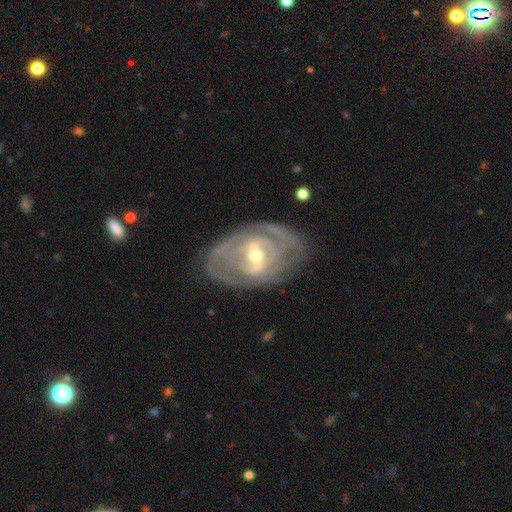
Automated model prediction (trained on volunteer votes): smooth-or-featured: featured or disk: 84% | smooth: 11% | star or artifact: 5%
  disk-edge-on: no: 95% | yes: 5%
    bar: weak: 42% | strong: 40% | no: 18%
    has-spiral-arms: yes: 80% | no: 20%
      spiral-winding: tight: 64% | medium: 27% | loose: 9%
      spiral-arm-count: can't tell: 40% | 2: 36% | 3: 12% | 4: 5% | 1: 5% | more than 4: 3%
    bulge-size: moderate: 51% | small: 45% | large: 3% | none: 1% | dominant: 1%
  merging: none: 72% | minor disturbance: 17% | major disturbance: 9% | merger: 2%